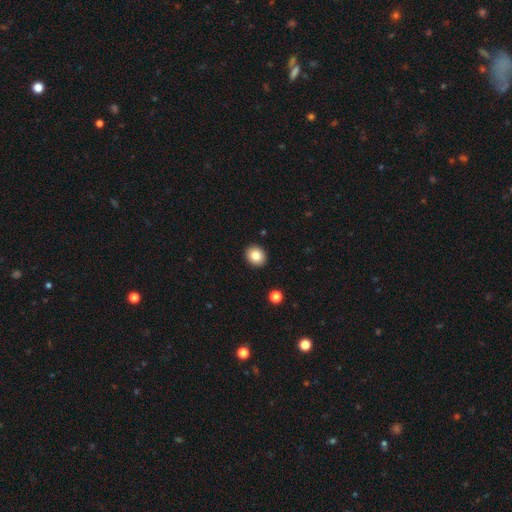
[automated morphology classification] The model was most divided on "how rounded": round: 70%, in between: 29%, cigar-shaped: 1%. More confident: merging — none (92%); smooth or featured — smooth (84%).